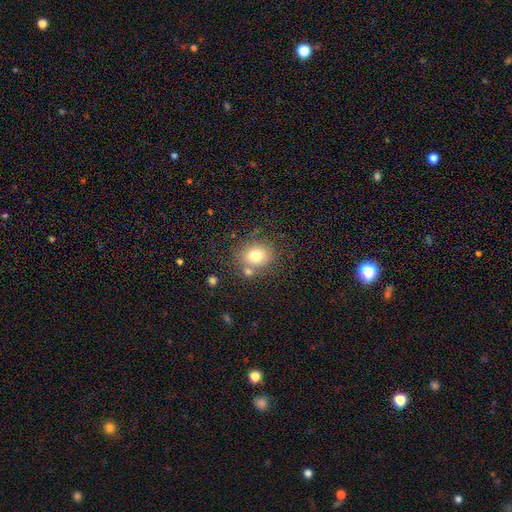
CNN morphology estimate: type=smooth (74%); roundness=round (72%); merging=none (69%).